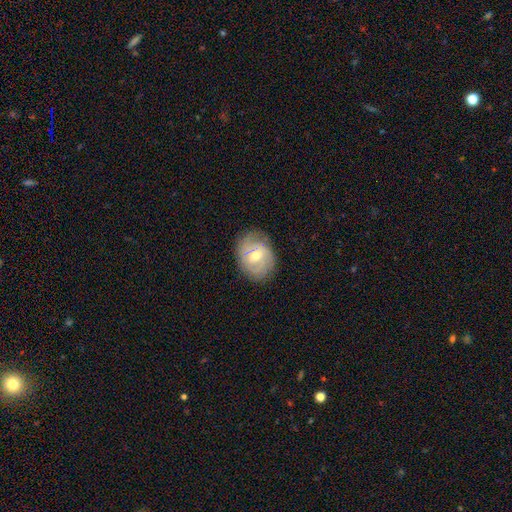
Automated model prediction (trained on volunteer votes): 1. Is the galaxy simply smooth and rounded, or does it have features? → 66% featured or disk, 27% smooth, 7% star or artifact.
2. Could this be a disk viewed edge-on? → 96% no, 4% yes.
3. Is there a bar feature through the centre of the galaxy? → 51% weak, 36% no, 13% strong.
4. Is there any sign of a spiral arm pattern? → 82% yes, 18% no.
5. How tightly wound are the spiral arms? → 56% tight, 32% medium, 12% loose.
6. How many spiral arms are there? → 39% 2, 37% can't tell, 13% 3, 4% 1, 4% 4, 3% more than 4.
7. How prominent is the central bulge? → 61% moderate, 35% small, 2% large, 1% none, 1% dominant.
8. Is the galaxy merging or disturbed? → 75% none, 18% minor disturbance, 5% major disturbance, 1% merger.